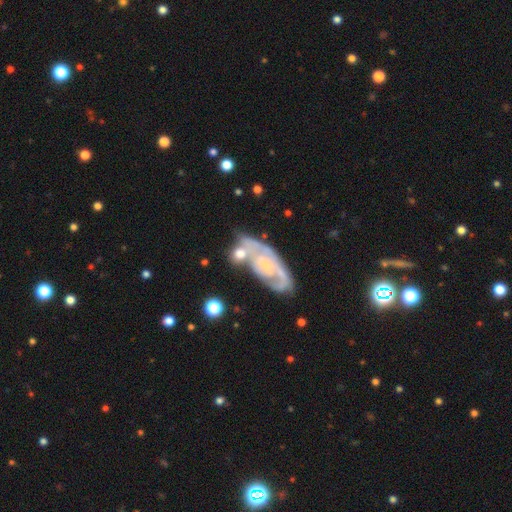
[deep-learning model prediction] smooth-or-featured: featured or disk: 77% | smooth: 16% | star or artifact: 7%
  disk-edge-on: no: 90% | yes: 10%
    bar: no: 68% | weak: 25% | strong: 7%
    has-spiral-arms: yes: 82% | no: 18%
      spiral-winding: tight: 59% | medium: 31% | loose: 10%
      spiral-arm-count: 2: 41% | can't tell: 34% | 1: 11% | 3: 8% | 4: 3% | more than 4: 3%
    bulge-size: small: 52% | none: 22% | moderate: 20% | large: 4% | dominant: 2%
  merging: none: 54% | minor disturbance: 19% | merger: 17% | major disturbance: 11%